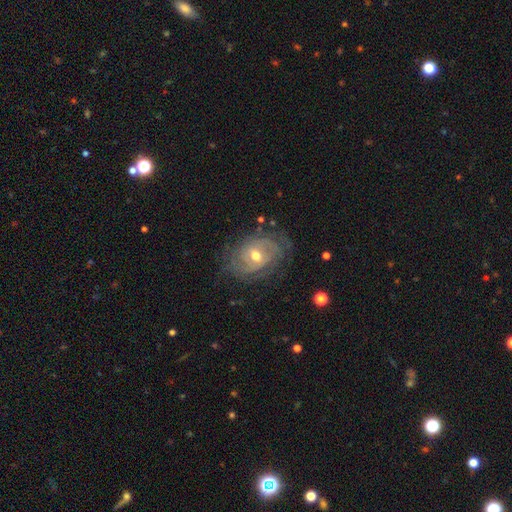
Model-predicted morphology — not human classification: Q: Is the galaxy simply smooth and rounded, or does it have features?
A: featured or disk — 81%.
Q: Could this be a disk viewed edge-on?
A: no — 96%.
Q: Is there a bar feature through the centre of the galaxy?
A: no — 49%.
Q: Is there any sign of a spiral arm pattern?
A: yes — 86%.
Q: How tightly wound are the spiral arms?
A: tight — 65%.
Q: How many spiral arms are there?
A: can't tell — 44%.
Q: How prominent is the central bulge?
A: moderate — 73%.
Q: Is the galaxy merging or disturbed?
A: none — 69%.